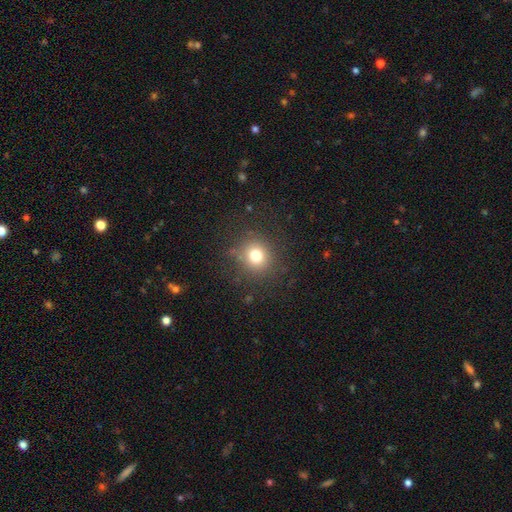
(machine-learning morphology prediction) Q: Smooth or featured?
A: smooth (76%); runner-up: star or artifact (15%)
Q: How rounded?
A: round (86%); runner-up: in between (13%)
Q: Merging?
A: none (84%); runner-up: minor disturbance (9%)